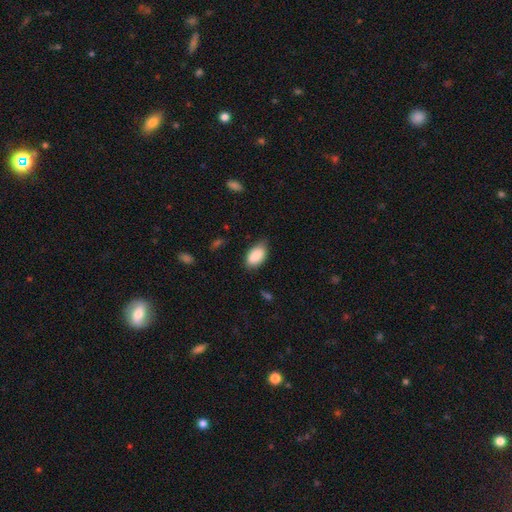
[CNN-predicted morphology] smooth_or_featured: smooth (p=0.88) [alt: star or artifact p=0.07]
how_rounded: in between (p=0.94) [alt: round p=0.04]
merging: none (p=0.71) [alt: minor disturbance p=0.23]